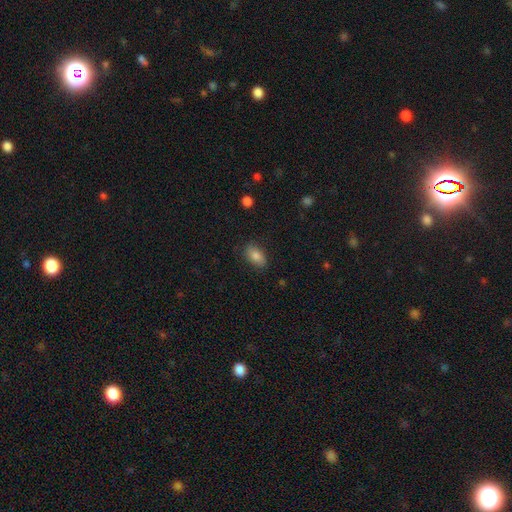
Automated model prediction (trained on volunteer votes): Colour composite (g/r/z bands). It shows a smooth galaxy with no disk features (82%) that is in between round and cigar-shaped (89%). Merging: none (82%).